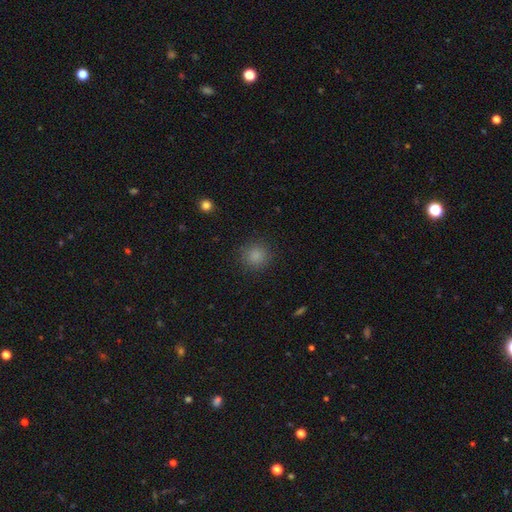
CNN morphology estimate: smooth 85%, star or artifact 11%, featured or disk 4%. Down the decision tree: how rounded — round (92%); merging — none (89%).